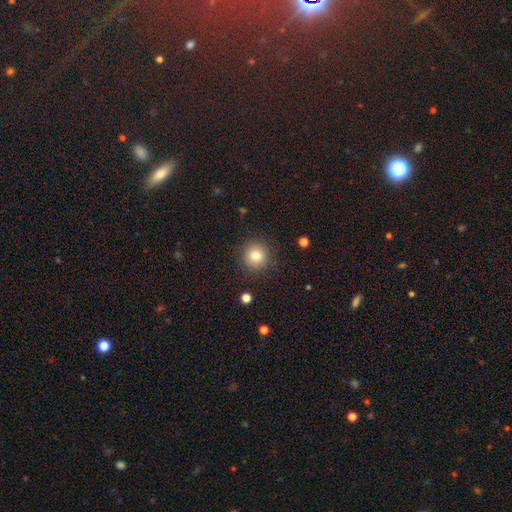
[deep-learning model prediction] Q: Smooth or featured?
A: smooth (81%); runner-up: star or artifact (11%)
Q: How rounded?
A: round (92%); runner-up: in between (7%)
Q: Merging?
A: none (89%); runner-up: minor disturbance (7%)